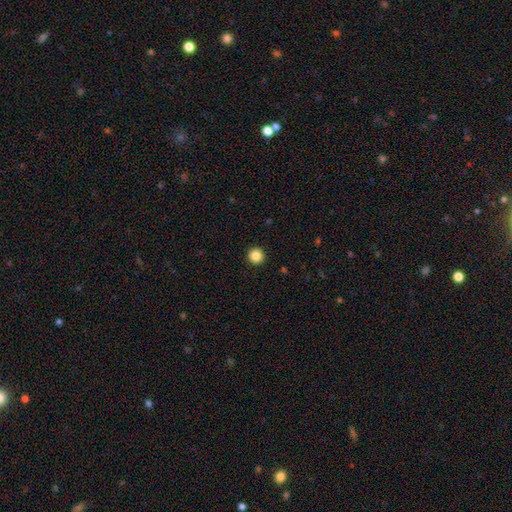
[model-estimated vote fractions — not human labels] Smooth or featured: smooth — 86% (star or artifact — 10%)
How rounded: round — 96% (in between — 3%)
Merging: none — 93% (minor disturbance — 4%)